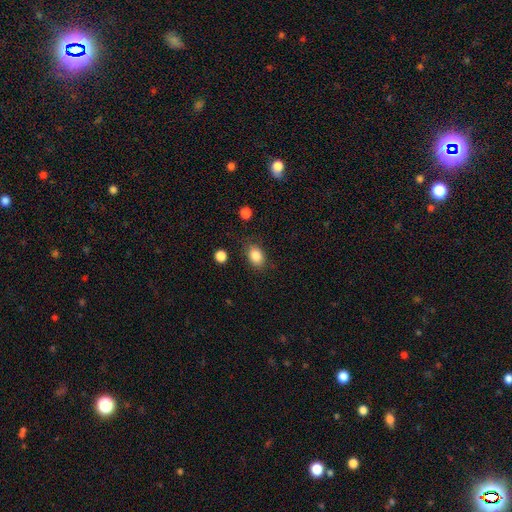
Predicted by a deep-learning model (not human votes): smooth_or_featured: smooth (p=0.86) [alt: star or artifact p=0.09]
how_rounded: in between (p=0.75) [alt: round p=0.24]
merging: none (p=0.79) [alt: minor disturbance p=0.14]